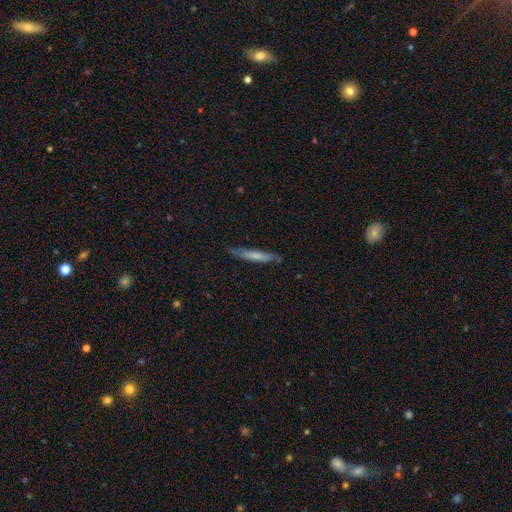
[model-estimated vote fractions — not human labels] smooth-or-featured: smooth: 58% | featured or disk: 37% | star or artifact: 6%
  how-rounded: cigar-shaped: 92% | in between: 6% | round: 1%
  merging: none: 80% | minor disturbance: 15% | major disturbance: 3% | merger: 2%